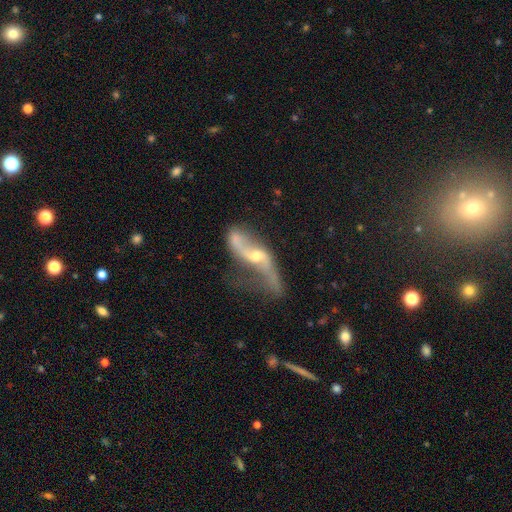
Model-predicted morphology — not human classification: This appears to be a featured or disk galaxy (82%) with no bar (54%), 2 (88%) loose (86%) spiral arms (88%) and a moderate central bulge (48%). Merging: none (43%).